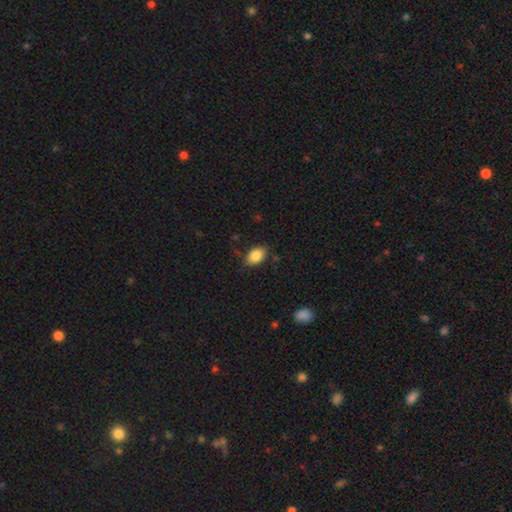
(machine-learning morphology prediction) This appears to be a smooth galaxy with no disk features (86%) that is in between round and cigar-shaped (86%). Merging: none (79%).